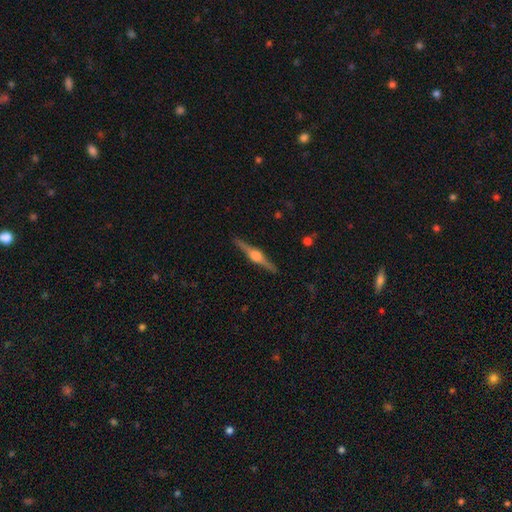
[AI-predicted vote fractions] Overall: featured or disk (84%). Edge-on disk: yes (98%). Edge-on bulge: rounded (92%). Merging: none (91%).